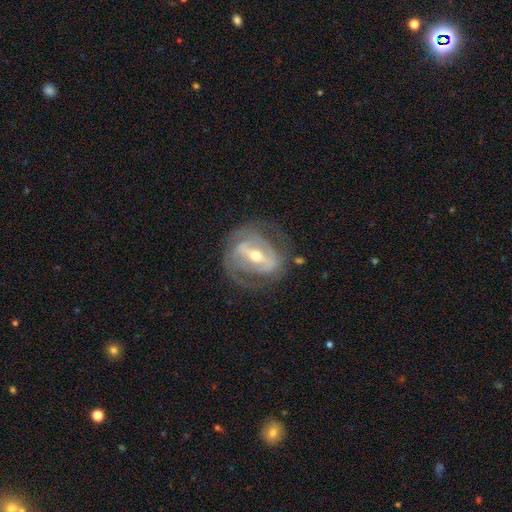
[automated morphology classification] smooth_or_featured: featured or disk (p=0.84) [alt: smooth p=0.10]
disk_edge_on: no (p=0.93) [alt: yes p=0.07]
bar: strong (p=0.63) [alt: weak p=0.27]
has_spiral_arms: yes (p=0.77) [alt: no p=0.23]
spiral_winding: tight (p=0.45) [alt: medium p=0.39]
spiral_arm_count: 2 (p=0.64) [alt: can't tell p=0.20]
bulge_size: moderate (p=0.64) [alt: small p=0.31]
merging: none (p=0.66) [alt: minor disturbance p=0.18]